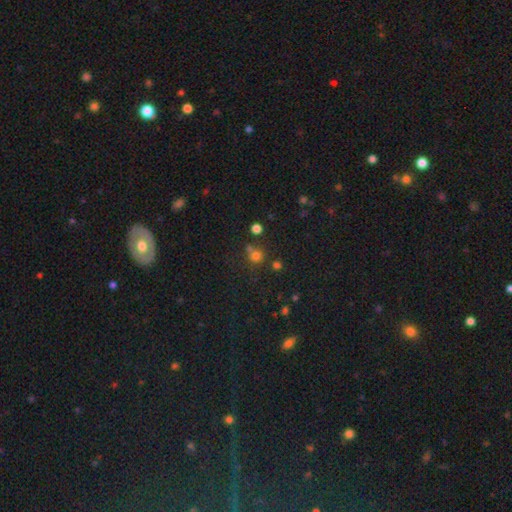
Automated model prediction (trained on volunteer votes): This appears to be a smooth galaxy with no disk features (70%) that is round (88%). Merging: none (62%).